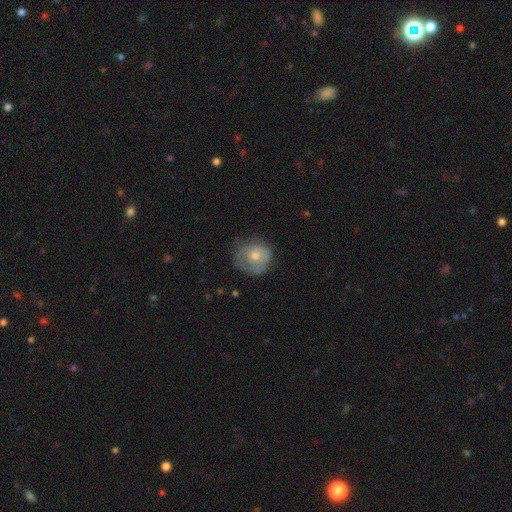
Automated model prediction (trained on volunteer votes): smooth 59%, featured or disk 34%, star or artifact 7%. Down the decision tree: how rounded — round (81%); merging — none (50%).